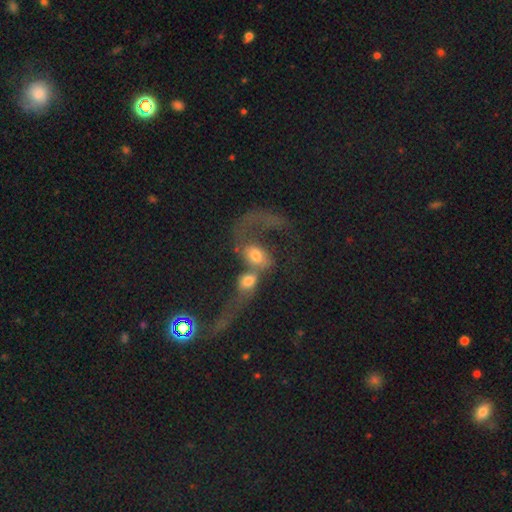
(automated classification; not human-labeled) A smooth galaxy with no disk features (46%). Merging: merger (76%).